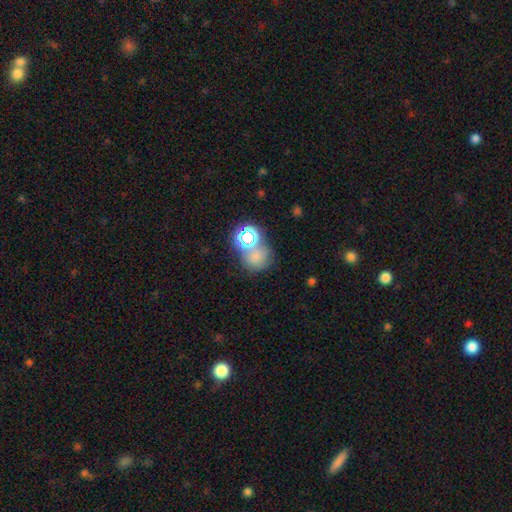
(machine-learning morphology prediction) smooth 62%, star or artifact 29%, featured or disk 10%. Down the decision tree: how rounded — round (77%); merging — none (53%).